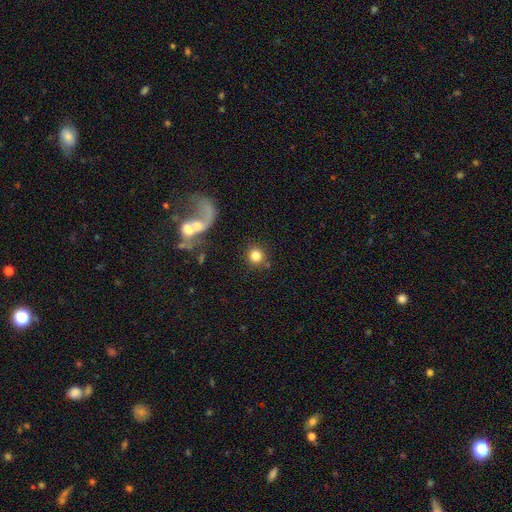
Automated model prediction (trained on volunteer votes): Smooth or featured? smooth (80%)
How rounded? round (91%)
Merging? none (79%)